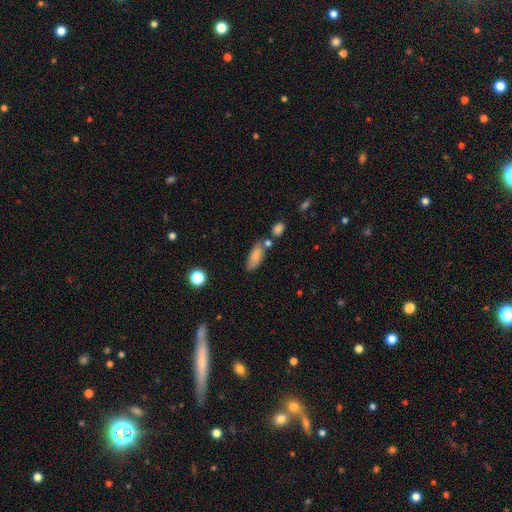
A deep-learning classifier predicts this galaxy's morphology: smooth-or-featured: smooth: 80% | featured or disk: 12% | star or artifact: 8%
  how-rounded: in between: 78% | cigar-shaped: 19% | round: 3%
  merging: none: 60% | minor disturbance: 19% | merger: 16% | major disturbance: 5%